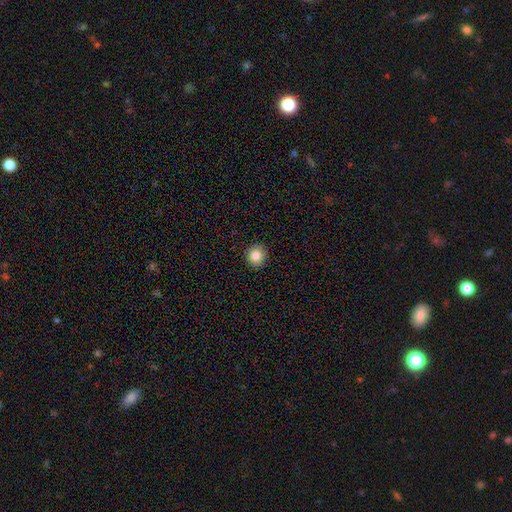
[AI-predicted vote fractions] Smooth or featured? smooth (86%)
How rounded? round (89%)
Merging? none (91%)